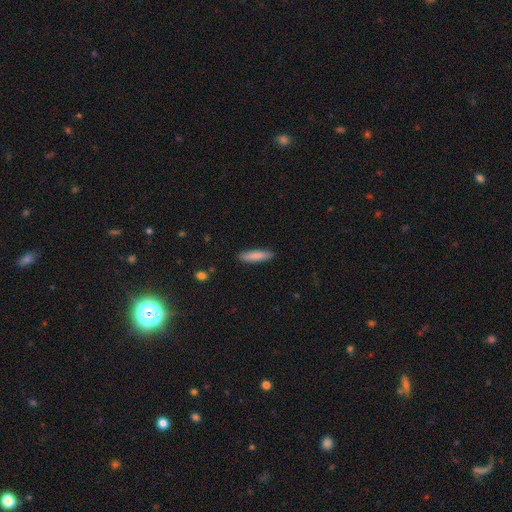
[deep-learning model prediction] Smooth or featured: smooth — 84% (featured or disk — 10%)
How rounded: cigar-shaped — 81% (in between — 18%)
Merging: none — 89% (minor disturbance — 8%)